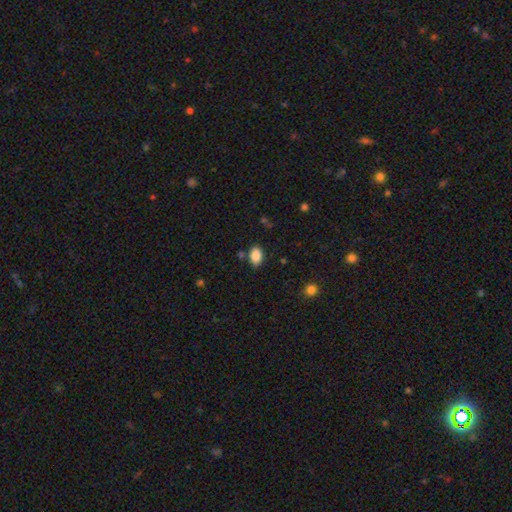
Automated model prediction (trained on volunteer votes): Smooth or featured: smooth — 88% (star or artifact — 8%)
How rounded: in between — 83% (round — 15%)
Merging: none — 81% (minor disturbance — 12%)